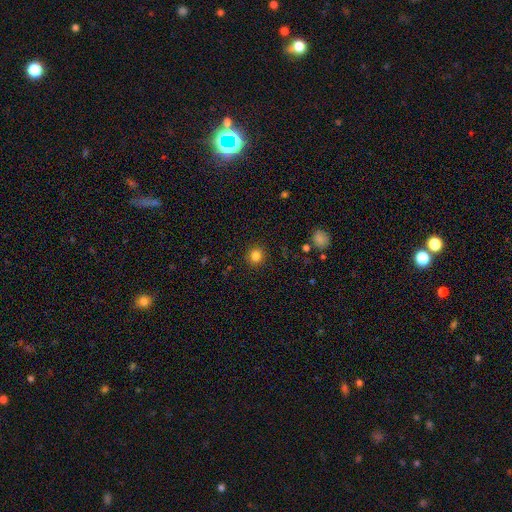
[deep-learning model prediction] A smooth galaxy with no disk features (83%) that is round (89%).

Vote fractions:
- Smooth or featured? smooth: 83% / star or artifact: 12% / featured or disk: 5%
- How rounded? round: 89% / in between: 10% / cigar-shaped: 1%
- Merging? none: 91% / minor disturbance: 6% / major disturbance: 2% / merger: 1%